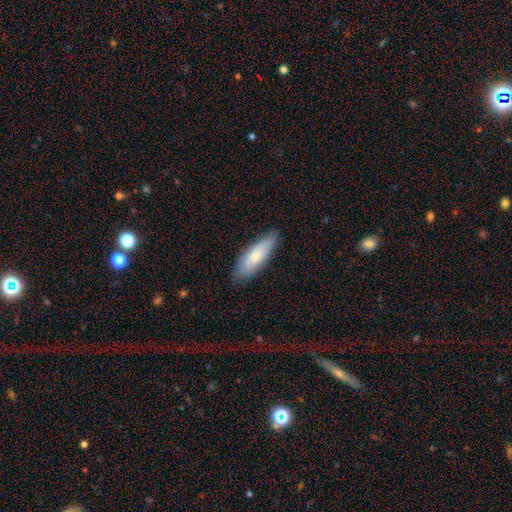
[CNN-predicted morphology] smooth-or-featured: smooth: 70% | featured or disk: 25% | star or artifact: 6%
  how-rounded: in between: 51% | cigar-shaped: 47% | round: 2%
  merging: none: 82% | minor disturbance: 14% | major disturbance: 3% | merger: 1%